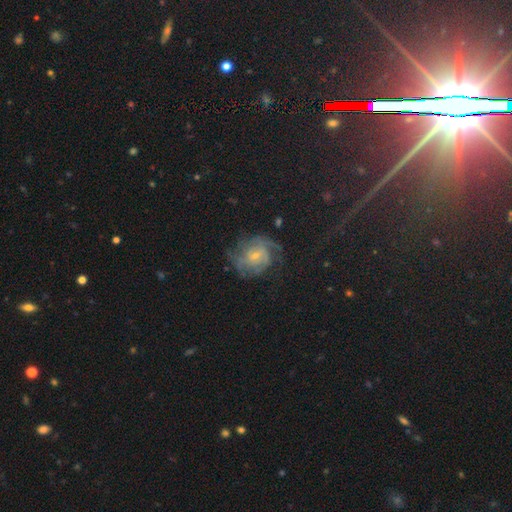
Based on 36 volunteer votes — Q: Smooth or featured?
A: featured or disk (100%)
Q: Edge-on disk?
A: no (100%)
Q: Bar?
A: weak (42%); runner-up: no (39%)
Q: Spiral arms?
A: yes (92%); runner-up: no (8%)
Q: Spiral winding?
A: tight (73%); runner-up: medium (27%)
Q: Spiral arm count?
A: 2 (33%); tied with: 3 (33%)
Q: Bulge size?
A: small (58%); runner-up: moderate (39%)
Q: Merging?
A: none (69%); runner-up: minor disturbance (17%)